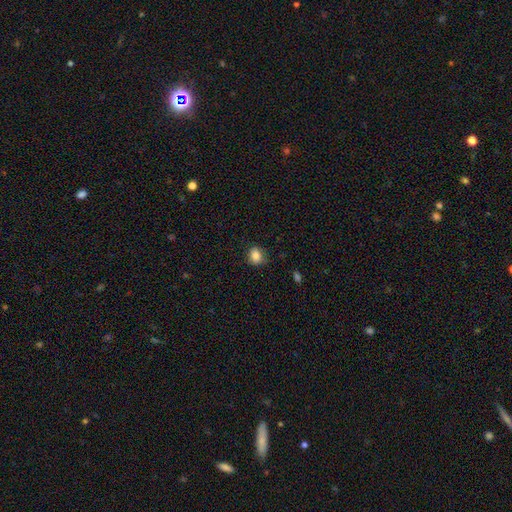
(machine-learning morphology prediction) Smooth or featured? smooth (85%)
How rounded? round (60%)
Merging? none (78%)